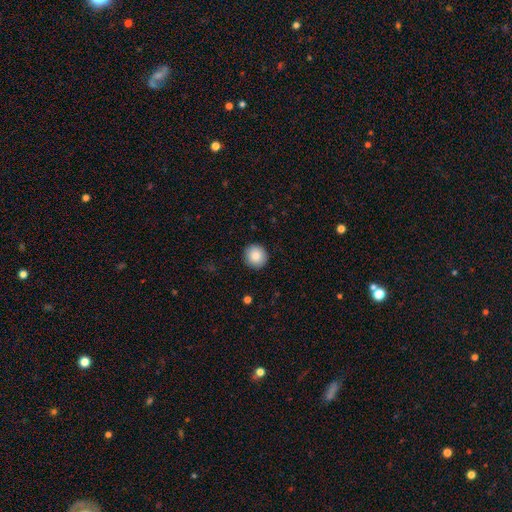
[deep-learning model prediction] Morphology: type=smooth (87%); roundness=round (93%); merging=none (92%).